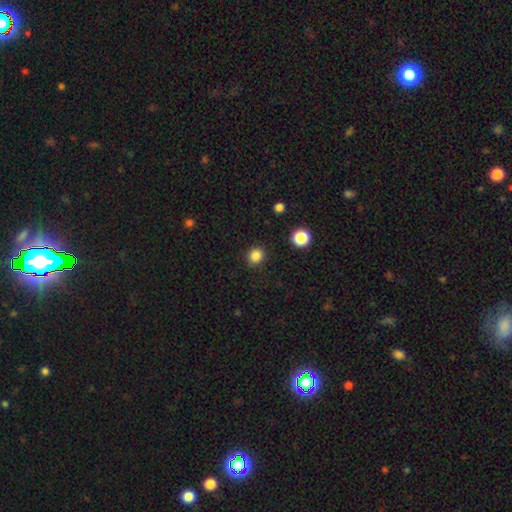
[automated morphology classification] smooth_or_featured: smooth (p=0.85) [alt: star or artifact p=0.12]
how_rounded: round (p=0.81) [alt: in between p=0.18]
merging: none (p=0.89) [alt: minor disturbance p=0.07]